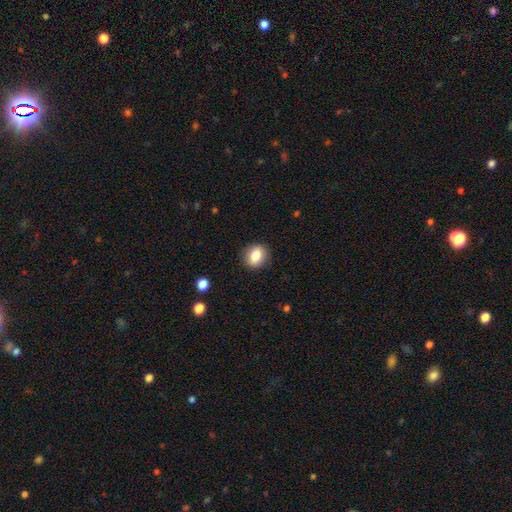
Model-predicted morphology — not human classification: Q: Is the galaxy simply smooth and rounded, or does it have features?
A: smooth — 83%.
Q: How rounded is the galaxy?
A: round — 56%.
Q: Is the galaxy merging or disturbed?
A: none — 88%.